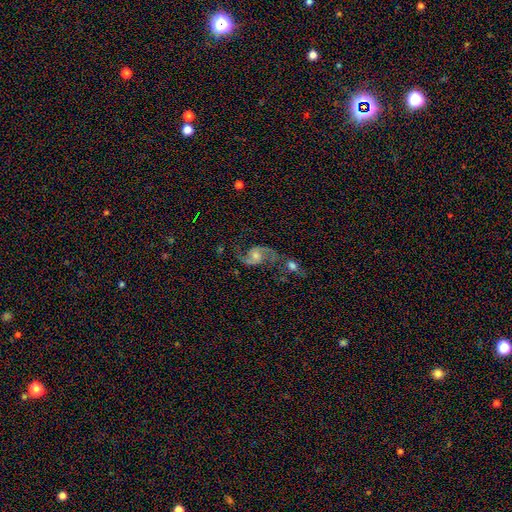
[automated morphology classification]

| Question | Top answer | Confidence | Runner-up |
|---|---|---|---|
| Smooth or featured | featured or disk | 87% | star or artifact (7%) |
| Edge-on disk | no | 98% | yes (2%) |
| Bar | no | 57% | weak (36%) |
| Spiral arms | yes | 96% | no (4%) |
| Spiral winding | loose | 59% | medium (35%) |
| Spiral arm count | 2 | 93% | 1 (2%) |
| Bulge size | moderate | 55% | small (28%) |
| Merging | none | 52% | merger (22%) |